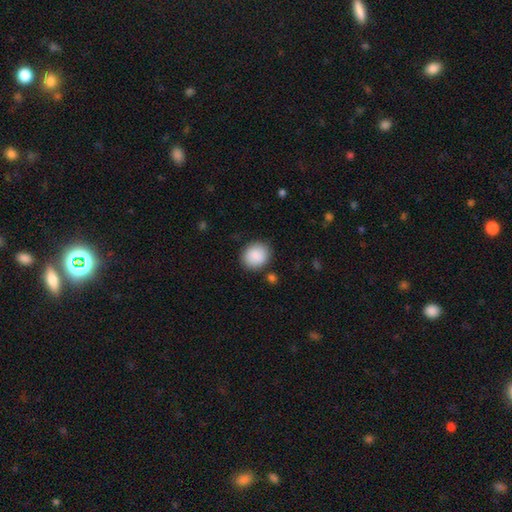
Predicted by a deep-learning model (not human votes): Smooth or featured: smooth — 89% (star or artifact — 7%)
How rounded: round — 76% (in between — 23%)
Merging: none — 85% (minor disturbance — 10%)